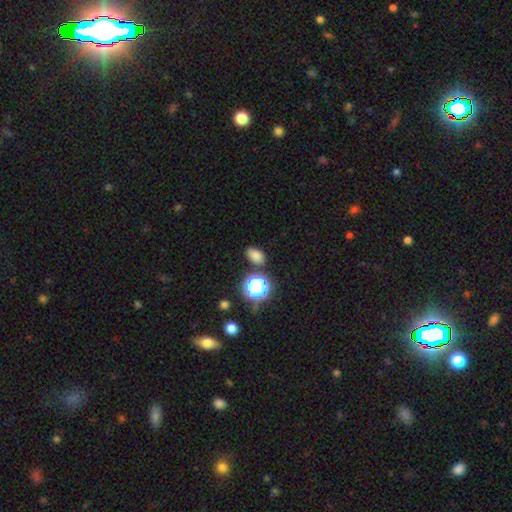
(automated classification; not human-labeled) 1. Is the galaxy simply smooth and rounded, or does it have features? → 78% smooth, 16% star or artifact, 5% featured or disk.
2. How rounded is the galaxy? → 77% in between, 21% round, 1% cigar-shaped.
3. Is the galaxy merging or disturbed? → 80% none, 11% minor disturbance, 5% merger, 3% major disturbance.